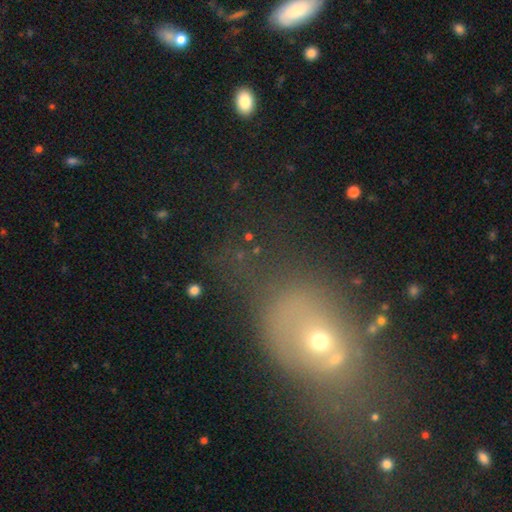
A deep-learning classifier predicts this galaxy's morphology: smooth-or-featured: smooth: 45% | star or artifact: 29% | featured or disk: 26%
  merging: merger: 33% | none: 32% | major disturbance: 20% | minor disturbance: 15%